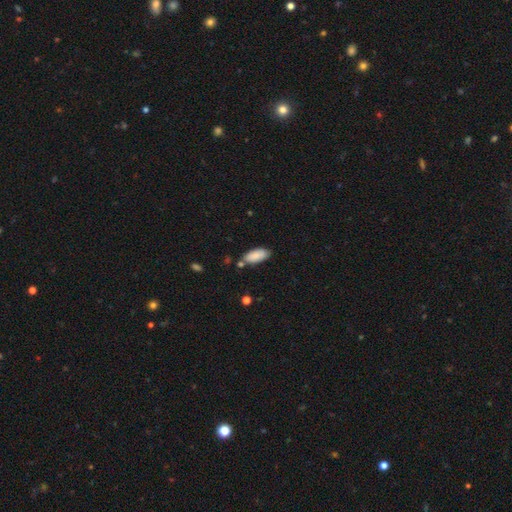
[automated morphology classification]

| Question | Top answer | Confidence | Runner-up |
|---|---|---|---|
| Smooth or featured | smooth | 86% | featured or disk (8%) |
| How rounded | in between | 88% | cigar-shaped (10%) |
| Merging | none | 73% | minor disturbance (16%) |